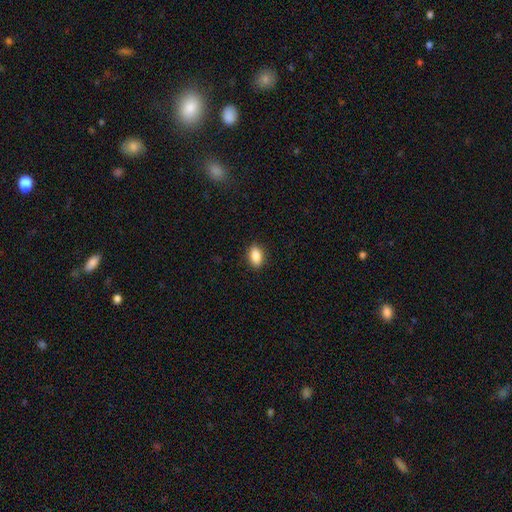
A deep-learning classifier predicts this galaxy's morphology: Smooth or featured: smooth — 86% (star or artifact — 8%)
How rounded: in between — 86% (round — 10%)
Merging: none — 88% (minor disturbance — 9%)